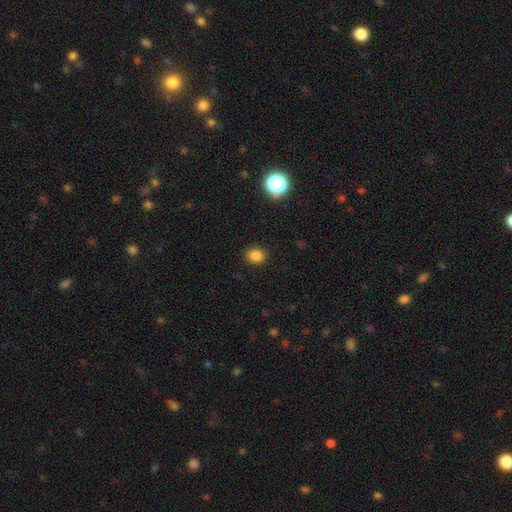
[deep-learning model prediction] This is clearly a smooth galaxy (83%). How rounded: likely round (60%). Merging: clearly none (88%).